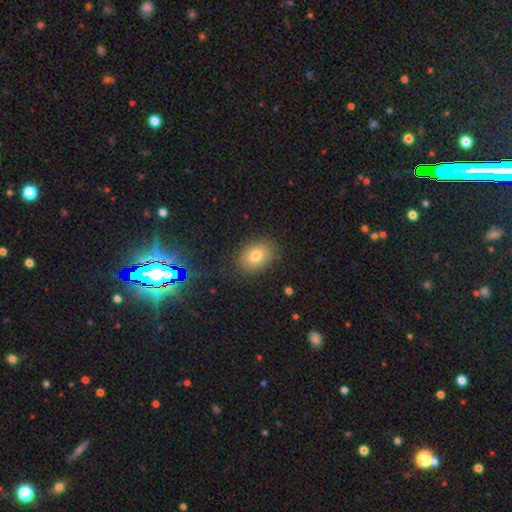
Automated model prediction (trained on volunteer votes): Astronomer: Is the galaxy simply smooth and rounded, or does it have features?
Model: smooth — 76%.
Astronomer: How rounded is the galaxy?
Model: in between — 75%.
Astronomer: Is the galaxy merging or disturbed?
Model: none — 85%.